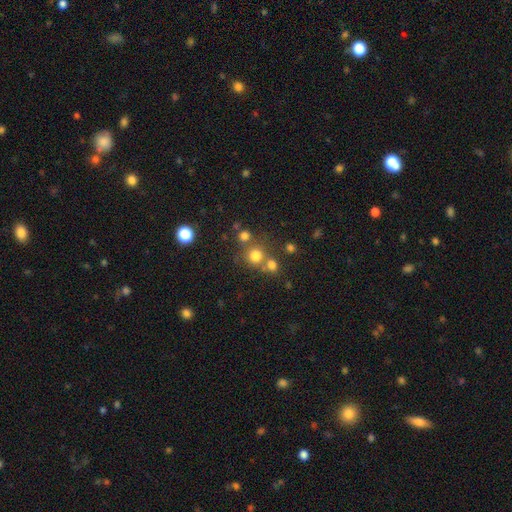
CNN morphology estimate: smooth 74%, star or artifact 17%, featured or disk 9%. Down the decision tree: how rounded — round (89%); merging — none (62%).